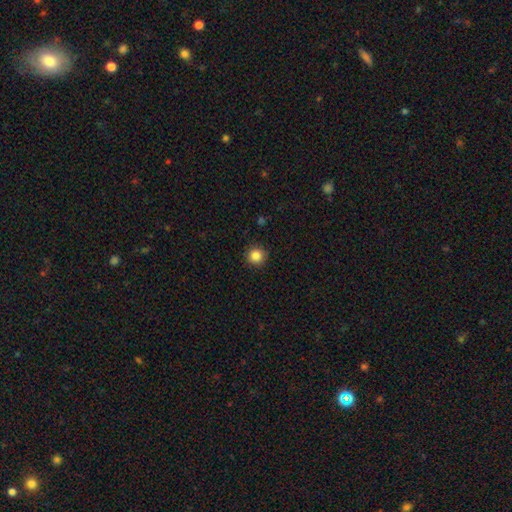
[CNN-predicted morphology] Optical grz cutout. It shows a smooth galaxy with no disk features (86%) that is round (95%). Merging: none (92%).